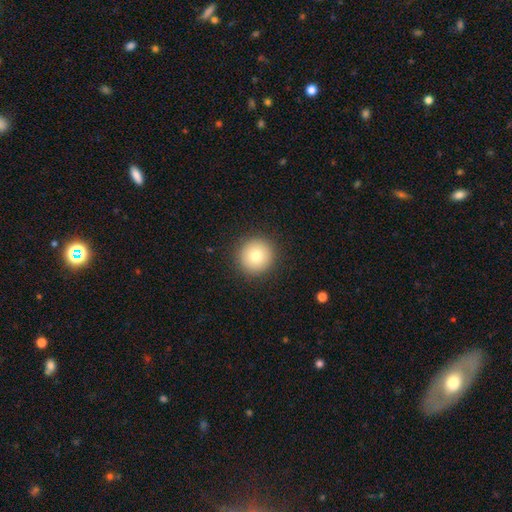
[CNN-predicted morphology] Overall: smooth (77%). How rounded: round (96%). Merging: none (92%).